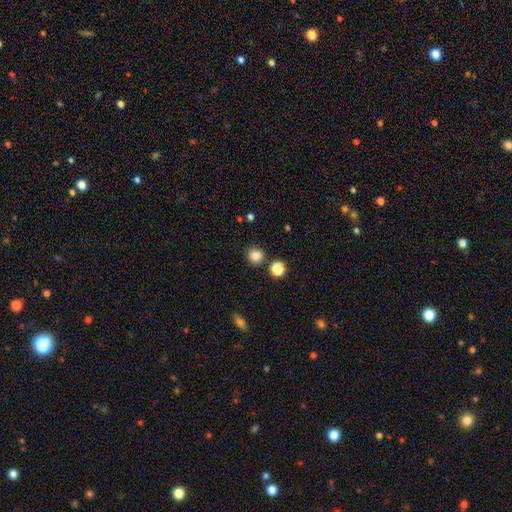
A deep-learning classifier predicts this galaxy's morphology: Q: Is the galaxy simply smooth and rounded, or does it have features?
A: smooth — 83%.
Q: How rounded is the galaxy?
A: round — 92%.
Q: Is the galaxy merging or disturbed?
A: none — 86%.